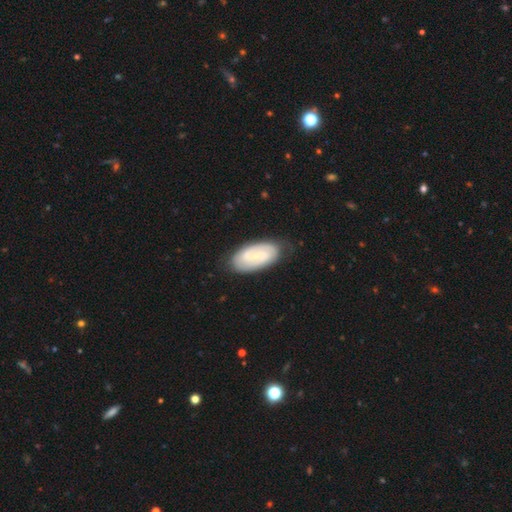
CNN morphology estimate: This appears to be a featured or disk galaxy (65%) with a weak bar (45%), 2 (72%) tight (51%) spiral arms (89%) and a small central bulge (67%). Merging: none (79%).